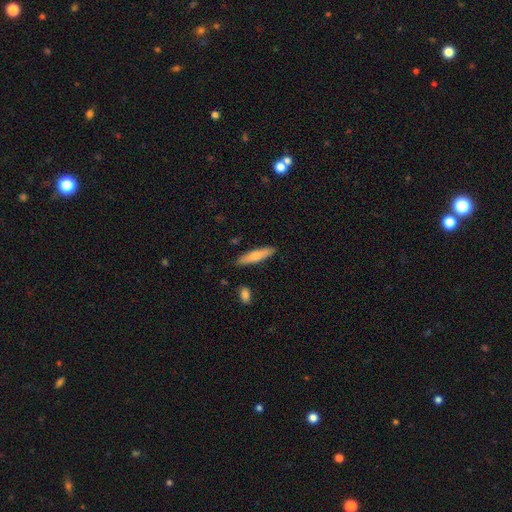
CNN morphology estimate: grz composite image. It shows a smooth galaxy with no disk features (69%) that is cigar-shaped (80%). Merging: none (87%).